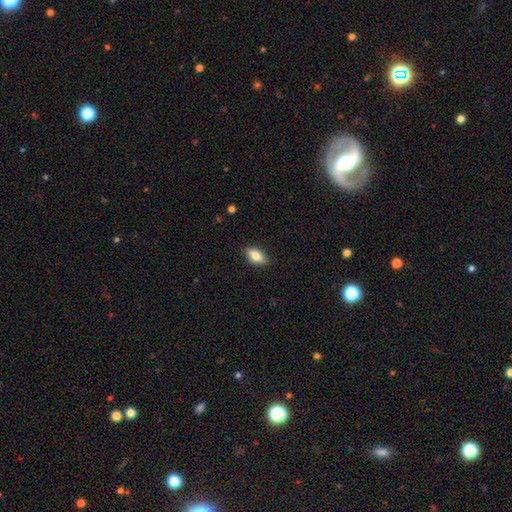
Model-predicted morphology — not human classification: Overall: smooth (70%). How rounded: in between (84%). Merging: none (86%).